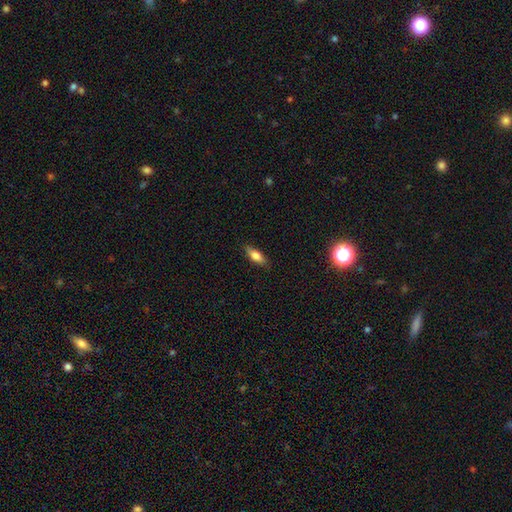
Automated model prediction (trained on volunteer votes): Q: Smooth or featured?
A: smooth (75%); runner-up: featured or disk (18%)
Q: How rounded?
A: in between (62%); runner-up: cigar-shaped (35%)
Q: Merging?
A: none (84%); runner-up: minor disturbance (12%)